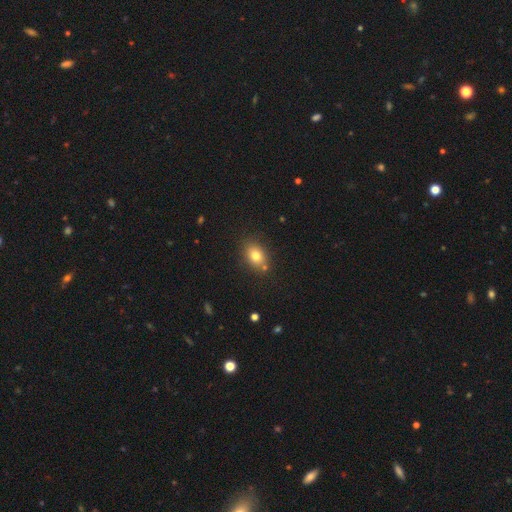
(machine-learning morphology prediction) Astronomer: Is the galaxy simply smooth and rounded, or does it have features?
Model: smooth — 78%.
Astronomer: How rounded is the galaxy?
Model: in between — 66%.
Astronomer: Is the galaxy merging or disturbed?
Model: none — 78%.